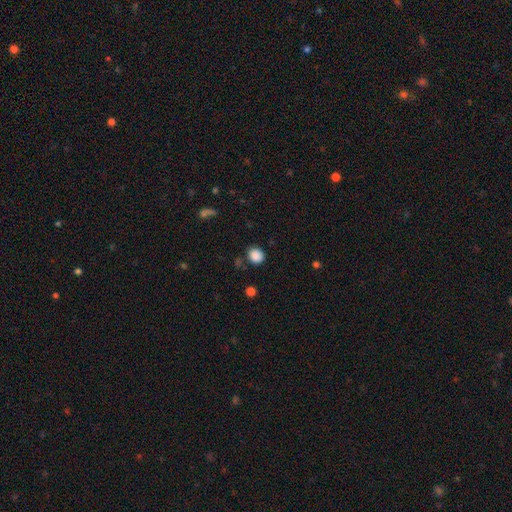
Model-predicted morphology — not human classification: The model was most divided on "how rounded": round: 81%, in between: 18%, cigar-shaped: 1%. More confident: smooth or featured — smooth (87%); merging — none (83%).